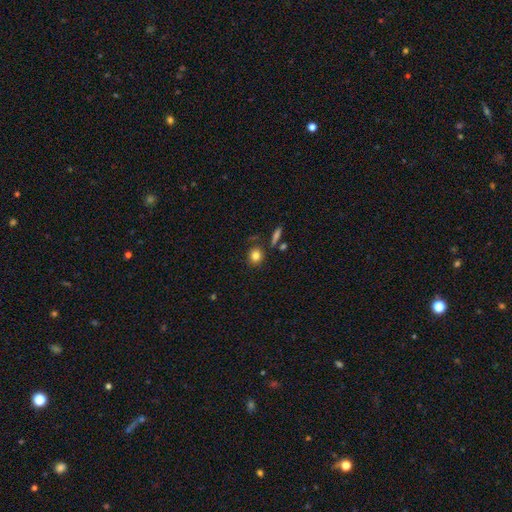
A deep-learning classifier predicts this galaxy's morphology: smooth 82%, star or artifact 10%, featured or disk 8%. Down the decision tree: how rounded — round (79%); merging — none (80%).